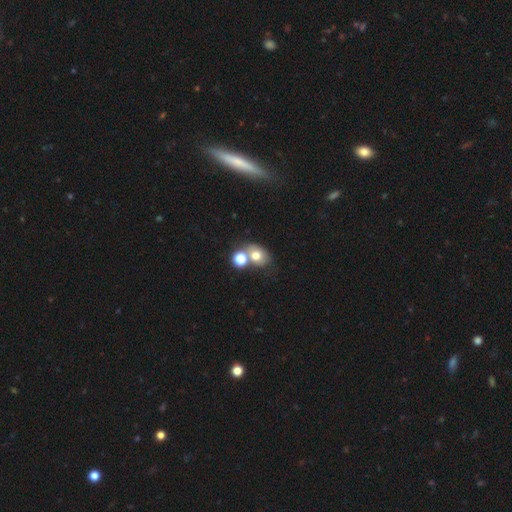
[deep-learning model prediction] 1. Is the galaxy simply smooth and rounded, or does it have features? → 69% smooth, 17% featured or disk, 14% star or artifact.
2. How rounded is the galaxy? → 51% round, 48% in between, 1% cigar-shaped.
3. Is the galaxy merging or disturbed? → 43% none, 42% merger, 10% minor disturbance, 5% major disturbance.